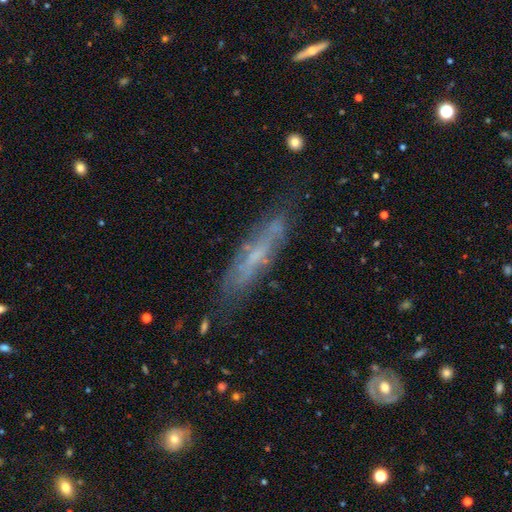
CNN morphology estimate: This appears to be a featured or disk galaxy (60%) viewed edge-on (54%). Merging: none (73%).